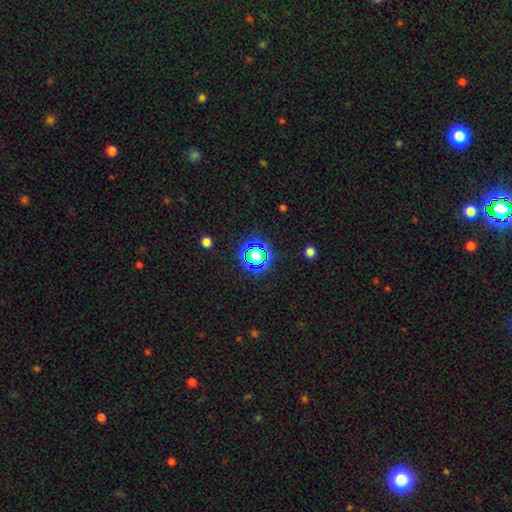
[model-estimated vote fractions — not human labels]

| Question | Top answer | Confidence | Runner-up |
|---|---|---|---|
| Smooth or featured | star or artifact | 54% | smooth (34%) |